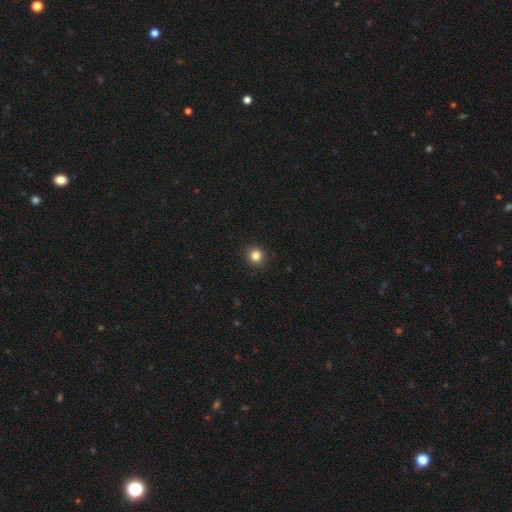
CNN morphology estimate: This appears to be a smooth galaxy with no disk features (84%) that is round (87%). Merging: none (92%).